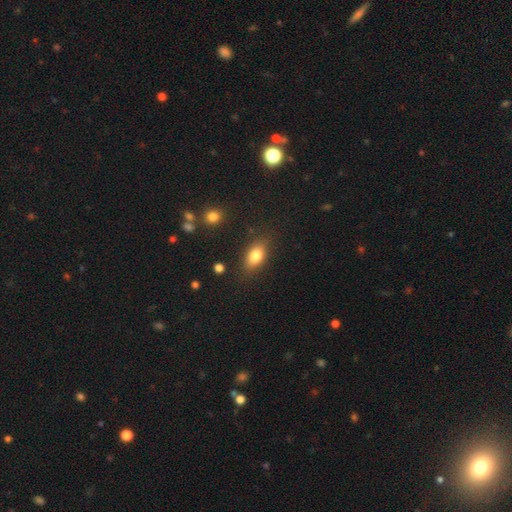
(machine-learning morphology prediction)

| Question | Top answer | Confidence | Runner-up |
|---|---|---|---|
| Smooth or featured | smooth | 80% | featured or disk (12%) |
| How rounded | in between | 83% | round (11%) |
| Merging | none | 82% | minor disturbance (12%) |